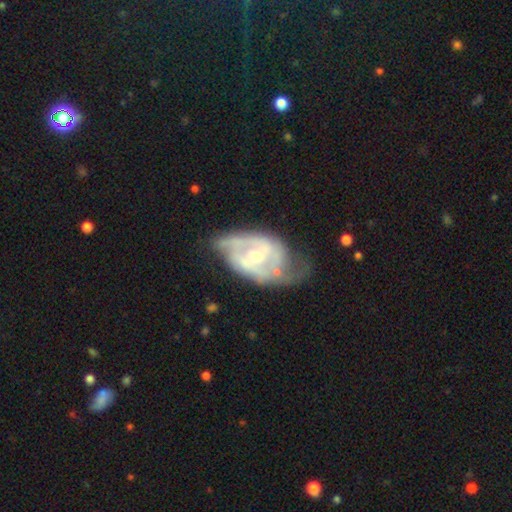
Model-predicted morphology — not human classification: smooth-or-featured: featured or disk: 84% | smooth: 11% | star or artifact: 5%
  disk-edge-on: no: 96% | yes: 4%
    bar: weak: 47% | no: 35% | strong: 19%
    has-spiral-arms: yes: 88% | no: 12%
      spiral-winding: medium: 45% | tight: 38% | loose: 18%
      spiral-arm-count: 2: 69% | can't tell: 17% | 3: 6% | 1: 4% | 4: 2% | more than 4: 2%
    bulge-size: moderate: 52% | small: 44% | large: 2% | none: 1% | dominant: 1%
  merging: none: 53% | minor disturbance: 28% | major disturbance: 15% | merger: 3%